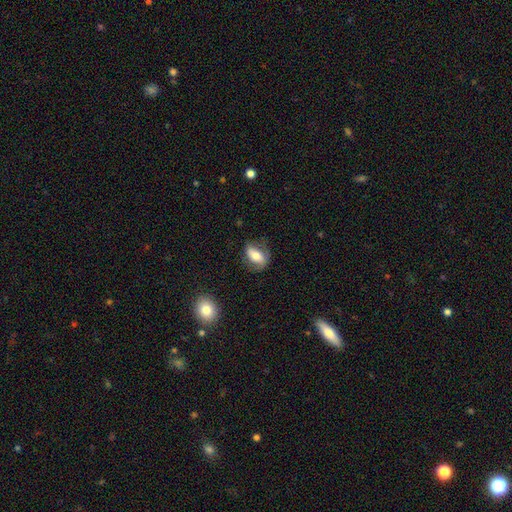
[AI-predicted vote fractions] smooth 60%, featured or disk 33%, star or artifact 7%. Down the decision tree: how rounded — in between (81%); merging — none (63%).